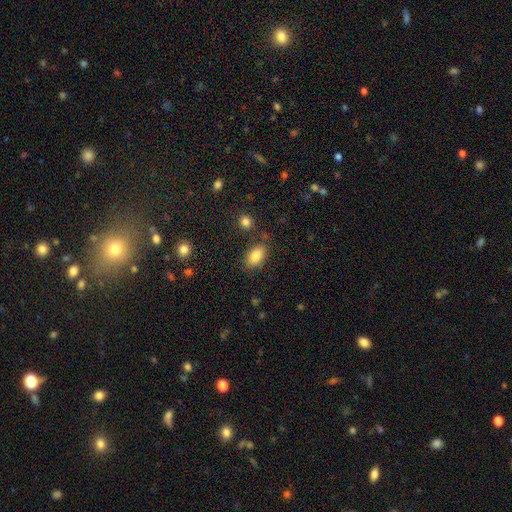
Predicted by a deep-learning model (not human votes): This appears to be a smooth galaxy with no disk features (84%) that is in between round and cigar-shaped (90%). Merging: none (77%).